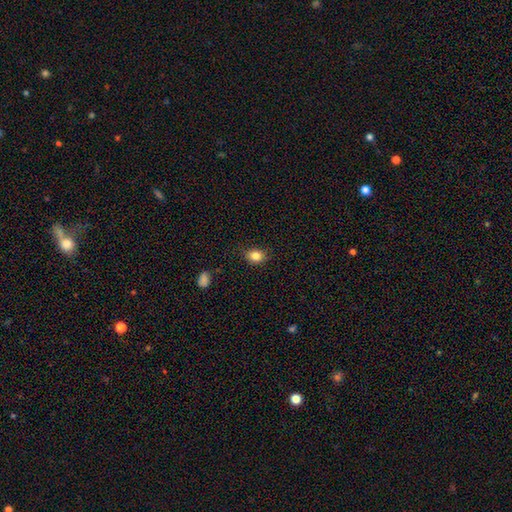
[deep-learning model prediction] Smooth or featured? Predicted: smooth (p=0.83). How rounded? Predicted: in between (p=0.55). Merging? Predicted: none (p=0.83).